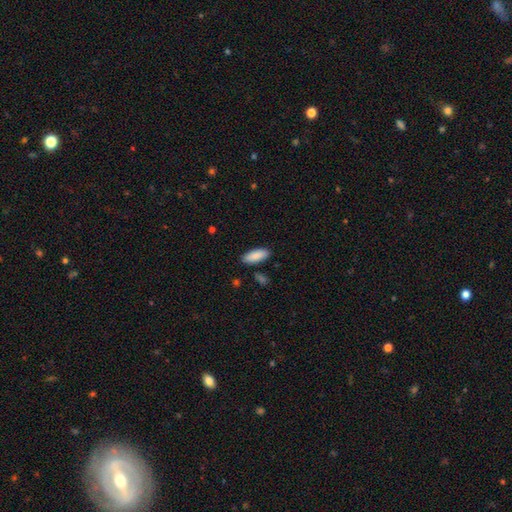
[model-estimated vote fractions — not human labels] Morphology: type=smooth (89%); roundness=in between (76%); merging=none (86%).